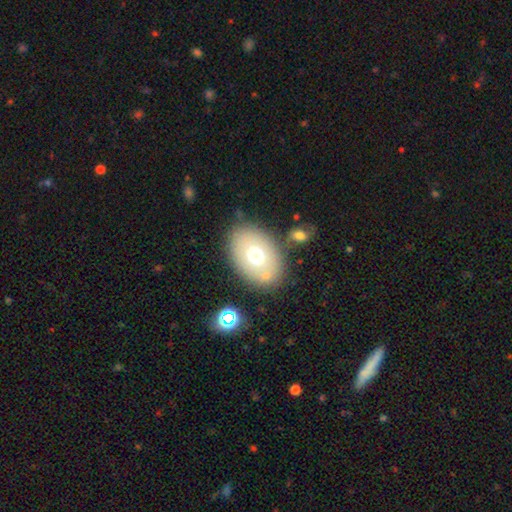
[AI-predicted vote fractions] This appears to be a smooth galaxy with no disk features (65%) that is in between round and cigar-shaped (78%). Merging: none (75%).